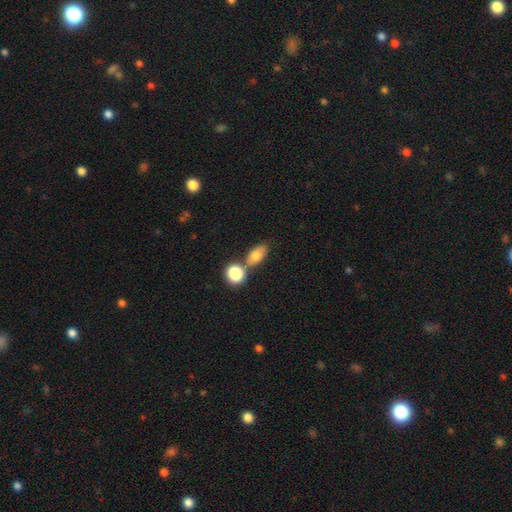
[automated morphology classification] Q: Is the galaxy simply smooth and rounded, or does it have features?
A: smooth — 75%.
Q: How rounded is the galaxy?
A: in between — 75%.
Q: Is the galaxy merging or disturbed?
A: none — 60%.